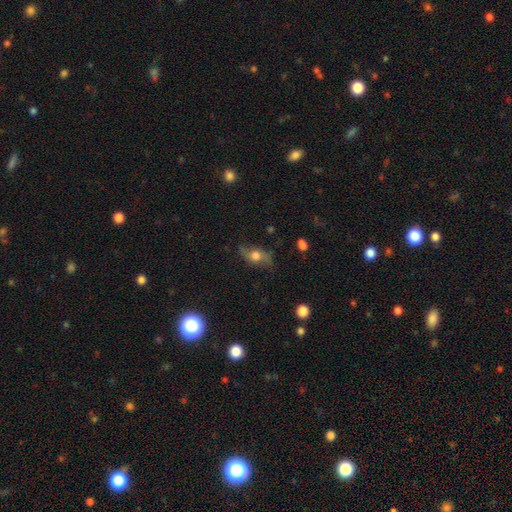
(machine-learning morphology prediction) smooth-or-featured: featured or disk: 51% | smooth: 38% | star or artifact: 10%
  disk-edge-on: no: 72% | yes: 28%
  merging: none: 70% | minor disturbance: 21% | major disturbance: 8% | merger: 2%